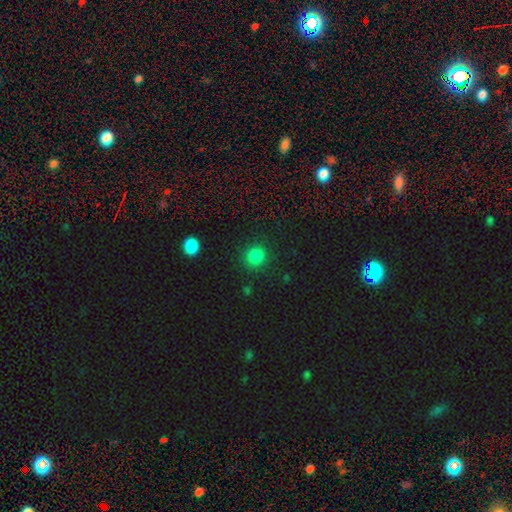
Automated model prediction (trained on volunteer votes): Smooth or featured? smooth (85%)
How rounded? round (86%)
Merging? none (89%)